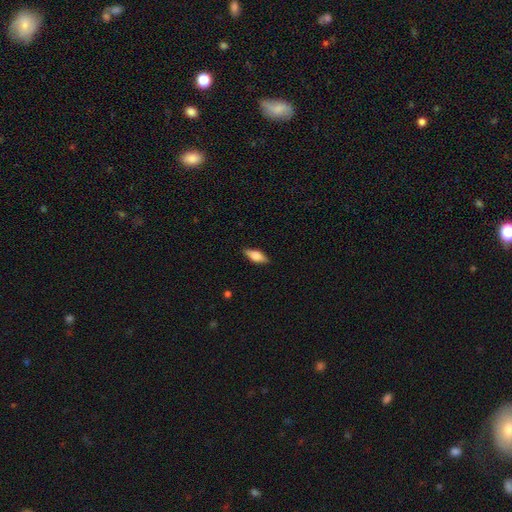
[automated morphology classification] A smooth galaxy with no disk features (73%) that is in between round and cigar-shaped (77%). Merging: none (87%).